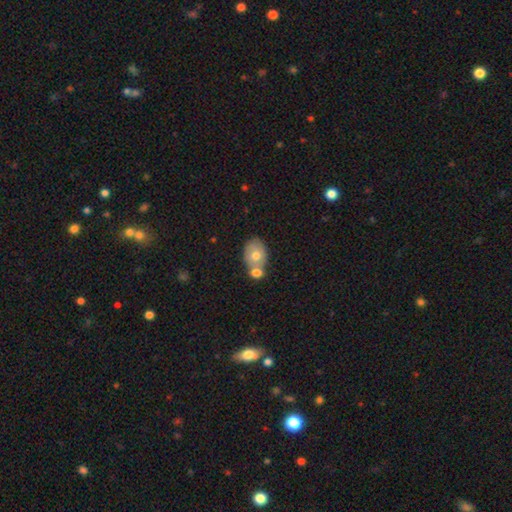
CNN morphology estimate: A smooth galaxy with no disk features (70%) that is in between round and cigar-shaped (70%). Merging: merger (51%).